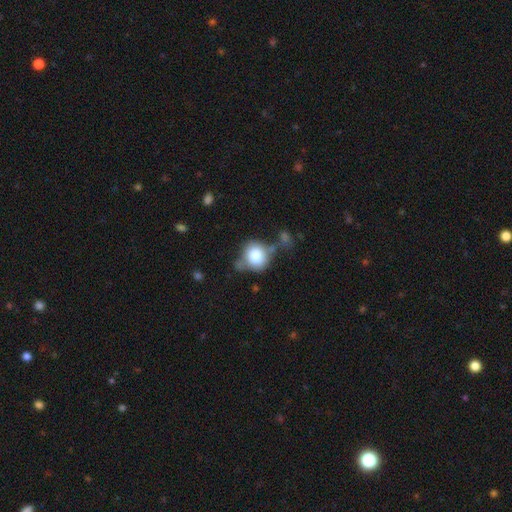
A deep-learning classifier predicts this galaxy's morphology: Q: Smooth or featured?
A: smooth (78%); runner-up: featured or disk (13%)
Q: How rounded?
A: round (81%); runner-up: in between (18%)
Q: Merging?
A: none (47%); runner-up: minor disturbance (25%)